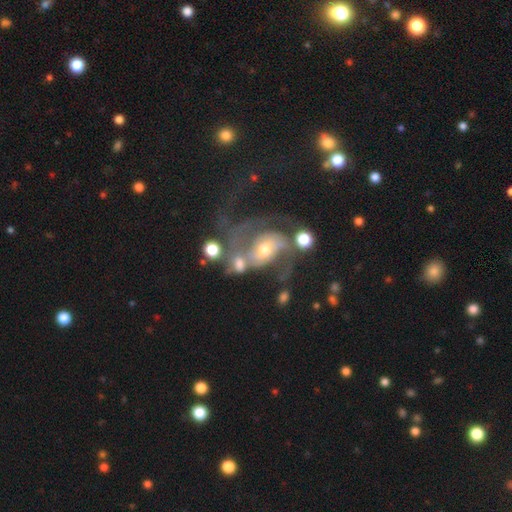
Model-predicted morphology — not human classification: Smooth or featured? Predicted: featured or disk (p=0.81). Edge-on disk? Predicted: no (p=0.97). Bar? Predicted: no (p=0.53). Spiral arms? Predicted: yes (p=0.91). Spiral winding? Predicted: medium (p=0.46). Spiral arm count? Predicted: 2 (p=0.59). Bulge size? Predicted: small (p=0.49). Merging? Predicted: none (p=0.35).